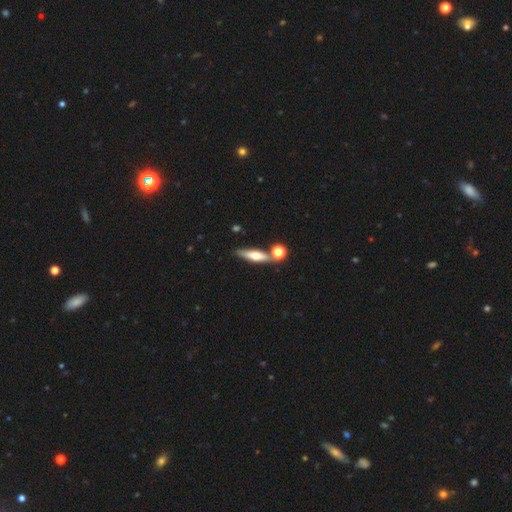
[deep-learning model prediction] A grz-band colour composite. It shows a featured or disk galaxy (49%). Merging: none (71%).